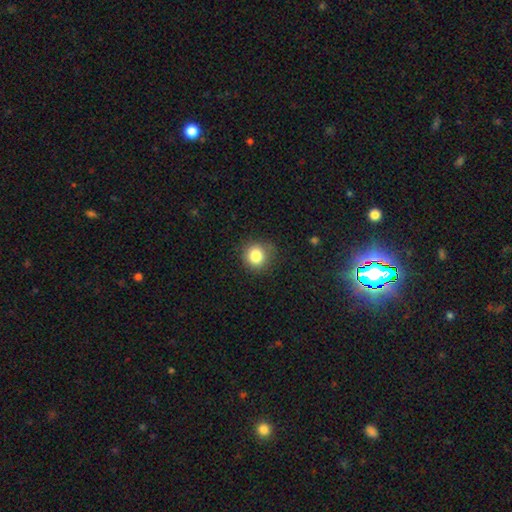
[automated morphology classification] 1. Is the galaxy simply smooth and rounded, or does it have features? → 83% smooth, 11% star or artifact, 6% featured or disk.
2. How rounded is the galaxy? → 88% round, 11% in between, 1% cigar-shaped.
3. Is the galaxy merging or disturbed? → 84% none, 12% minor disturbance, 3% major disturbance, 1% merger.